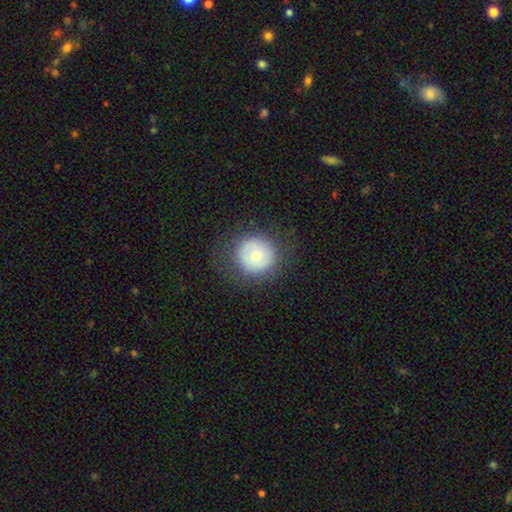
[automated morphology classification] Overall: smooth (68%). How rounded: round (92%). Merging: none (81%).